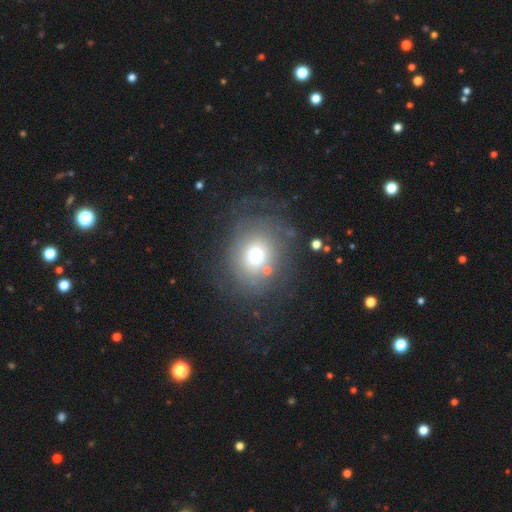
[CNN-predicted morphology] This is likely a smooth galaxy (62%). How rounded: likely round (71%). Merging: likely none (67%).